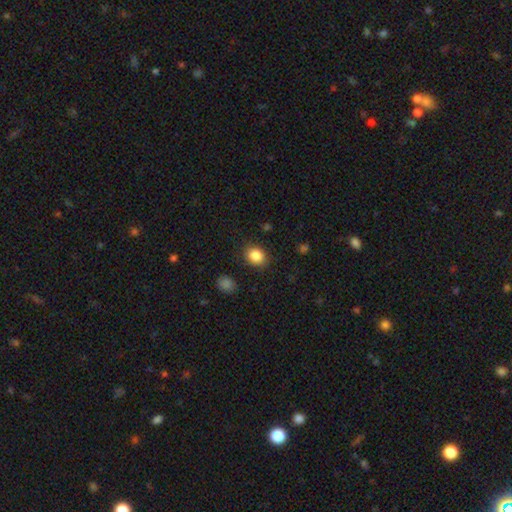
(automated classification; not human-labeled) smooth 85%, star or artifact 9%, featured or disk 5%. Down the decision tree: how rounded — round (53%); merging — none (87%).